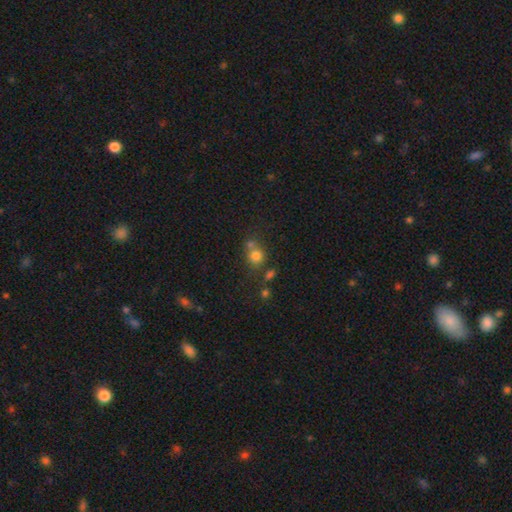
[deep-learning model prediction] The model was most divided on "merging": none: 47%, merger: 37%, minor disturbance: 11%, major disturbance: 5%. More confident: how rounded — round (80%); smooth or featured — smooth (76%).